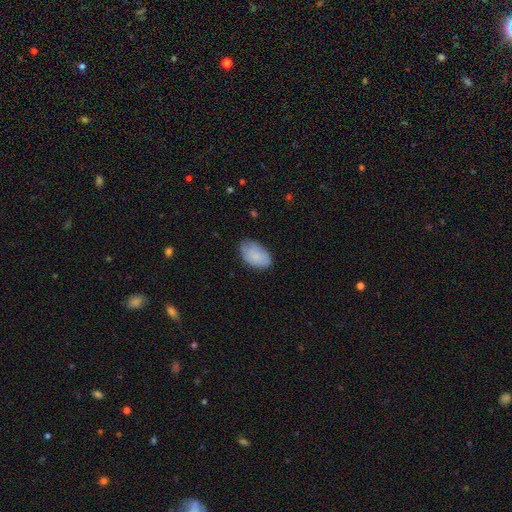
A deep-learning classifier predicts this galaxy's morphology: Smooth or featured?
  - smooth: 77% *
  - featured or disk: 17%
  - star or artifact: 6%
How rounded?
  - in between: 92% *
  - round: 7%
  - cigar-shaped: 1%
Merging?
  - none: 72% *
  - minor disturbance: 22%
  - major disturbance: 4%
  - merger: 1%